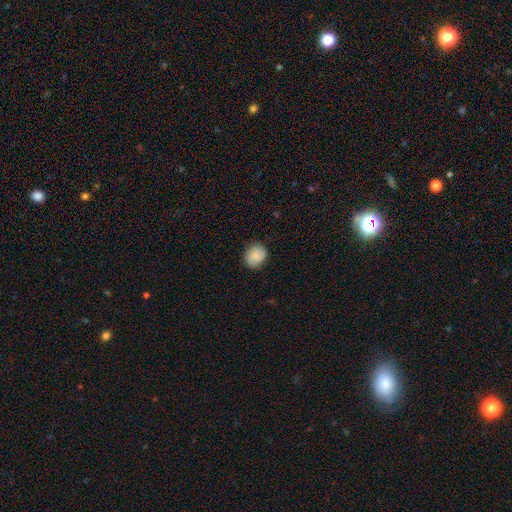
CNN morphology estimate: This is clearly a smooth galaxy (83%). How rounded: likely round (71%). Merging: clearly none (83%).